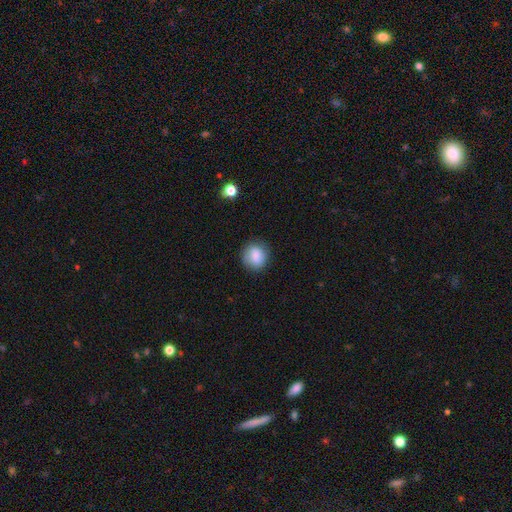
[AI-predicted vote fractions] smooth_or_featured: smooth (p=0.83) [alt: featured or disk p=0.09]
how_rounded: round (p=0.81) [alt: in between p=0.18]
merging: none (p=0.82) [alt: minor disturbance p=0.13]